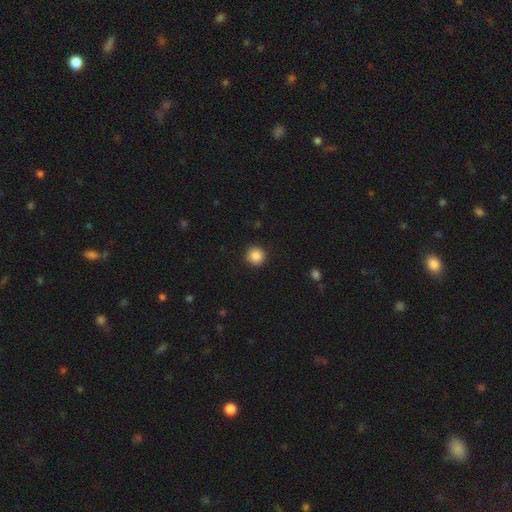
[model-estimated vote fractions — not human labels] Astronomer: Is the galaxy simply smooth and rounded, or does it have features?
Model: smooth — 87%.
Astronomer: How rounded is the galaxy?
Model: round — 95%.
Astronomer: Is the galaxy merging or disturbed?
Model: none — 92%.